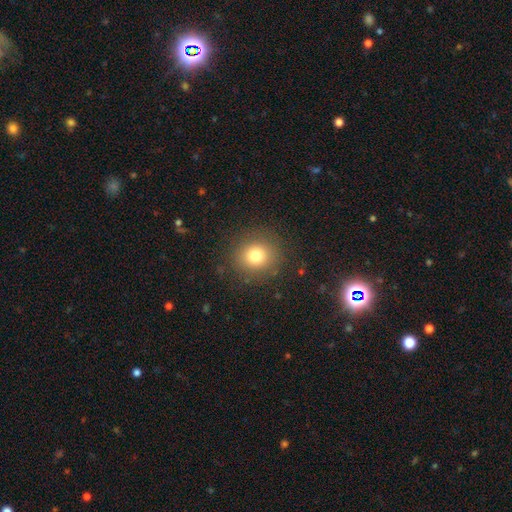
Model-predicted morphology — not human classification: This is likely a smooth galaxy (77%). How rounded: clearly round (88%). Merging: clearly none (87%).